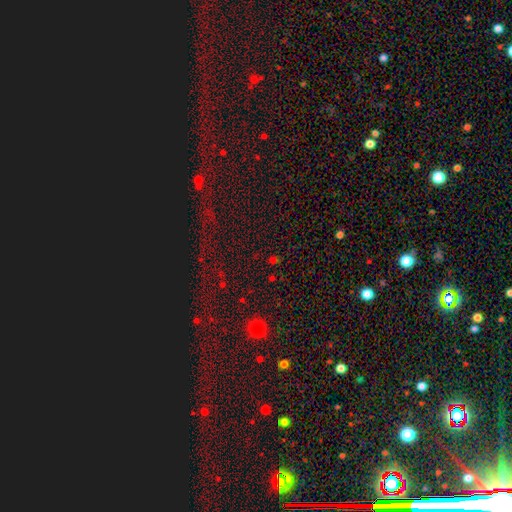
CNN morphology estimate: This is possibly a star or artifact rather than a galaxy (59%).